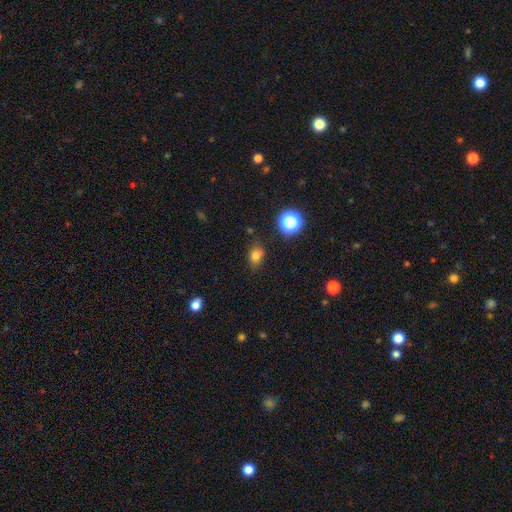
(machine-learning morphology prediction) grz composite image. It shows a smooth galaxy with no disk features (75%) that is in between round and cigar-shaped (54%). Merging: none (70%).